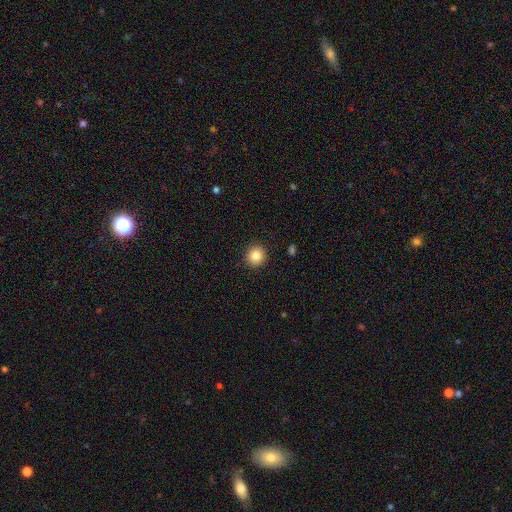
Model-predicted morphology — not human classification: type=smooth (85%); roundness=round (90%); merging=none (91%).